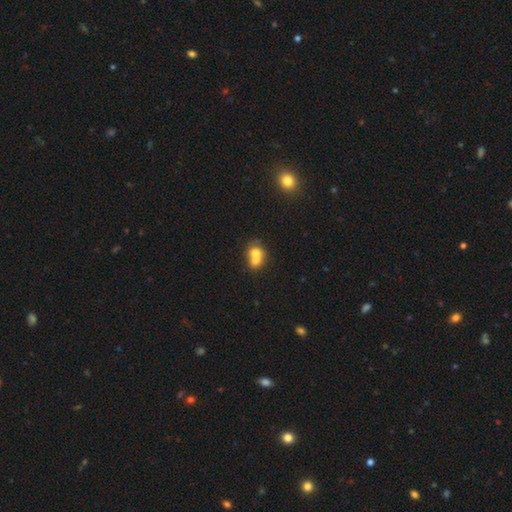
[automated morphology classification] type=smooth (68%); roundness=round (65%); merging=merger (71%).